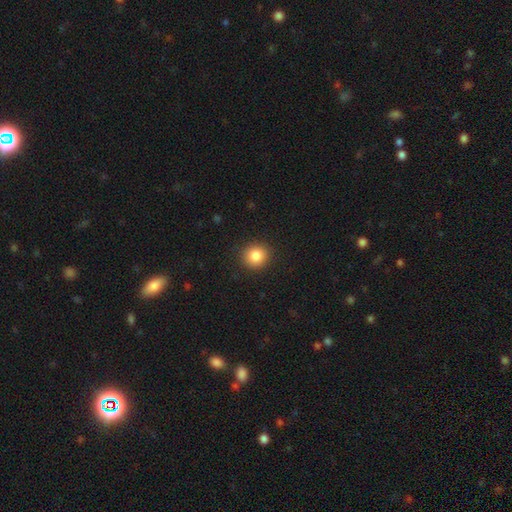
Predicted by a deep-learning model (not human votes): Overall: smooth (85%). How rounded: round (90%). Merging: none (91%).